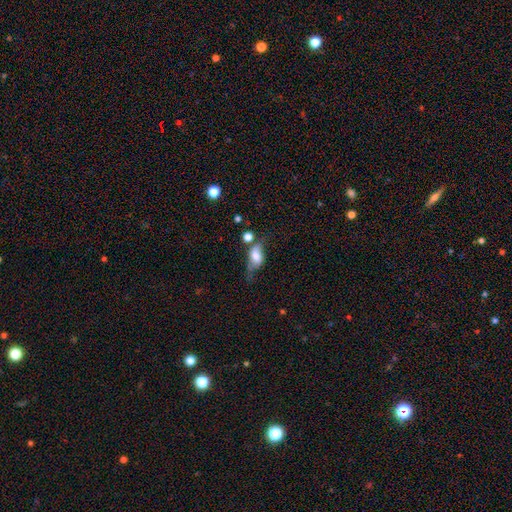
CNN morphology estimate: This appears to be a smooth galaxy with no disk features (58%) that is in between round and cigar-shaped (79%). Merging: none (36%).